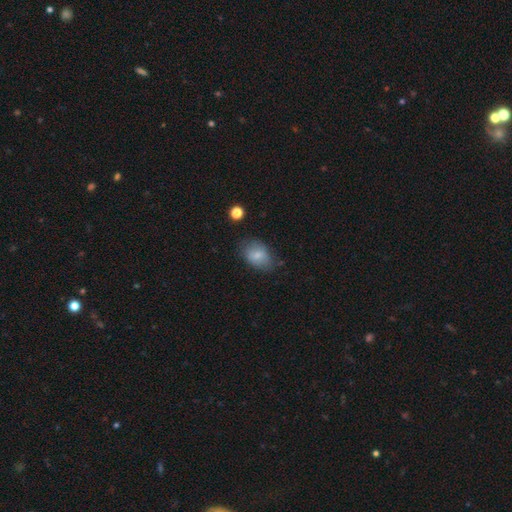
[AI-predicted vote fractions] The model was most divided on "merging": none: 68%, minor disturbance: 23%, major disturbance: 7%, merger: 2%. More confident: how rounded — in between (80%); smooth or featured — smooth (79%).